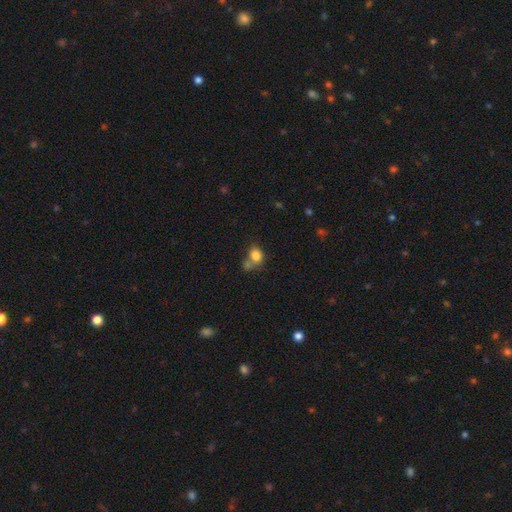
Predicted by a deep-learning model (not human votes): Smooth or featured?
  - smooth: 81% *
  - star or artifact: 10%
  - featured or disk: 9%
How rounded?
  - round: 56% *
  - in between: 43%
  - cigar-shaped: 1%
Merging?
  - none: 43% *
  - merger: 34%
  - minor disturbance: 15%
  - major disturbance: 7%